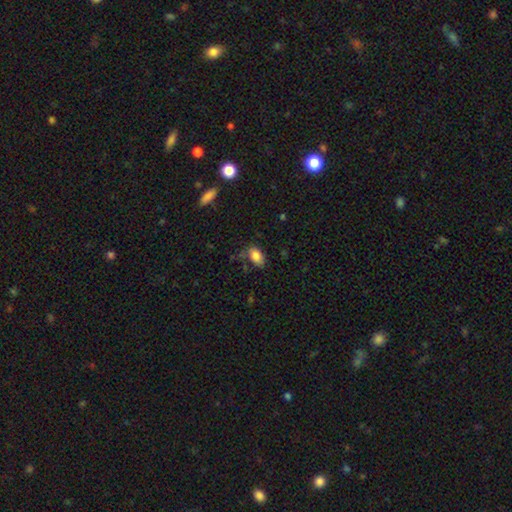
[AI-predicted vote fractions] Smooth or featured?
  - smooth: 84% *
  - star or artifact: 9%
  - featured or disk: 7%
How rounded?
  - in between: 89% *
  - round: 9%
  - cigar-shaped: 2%
Merging?
  - none: 65% *
  - minor disturbance: 24%
  - major disturbance: 7%
  - merger: 5%